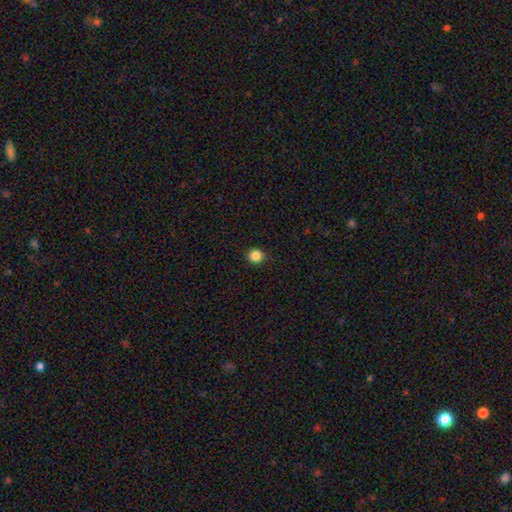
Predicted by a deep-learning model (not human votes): This is clearly a smooth galaxy (85%). How rounded: clearly round (87%). Merging: clearly none (89%).